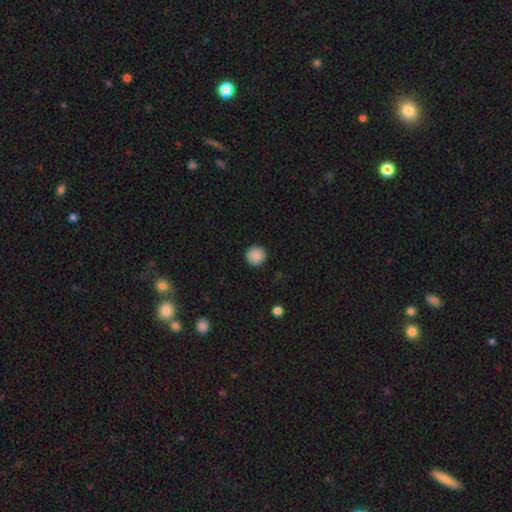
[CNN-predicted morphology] Overall: smooth (88%). How rounded: round (95%). Merging: none (92%).